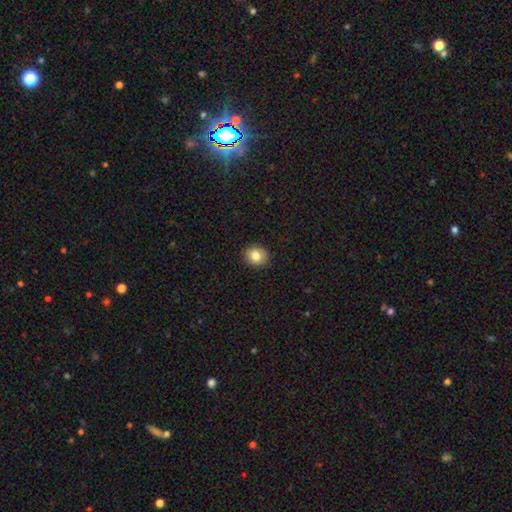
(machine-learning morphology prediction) smooth-or-featured: smooth: 84% | star or artifact: 9% | featured or disk: 7%
  how-rounded: round: 71% | in between: 29% | cigar-shaped: 1%
  merging: none: 91% | minor disturbance: 7% | major disturbance: 2% | merger: 1%